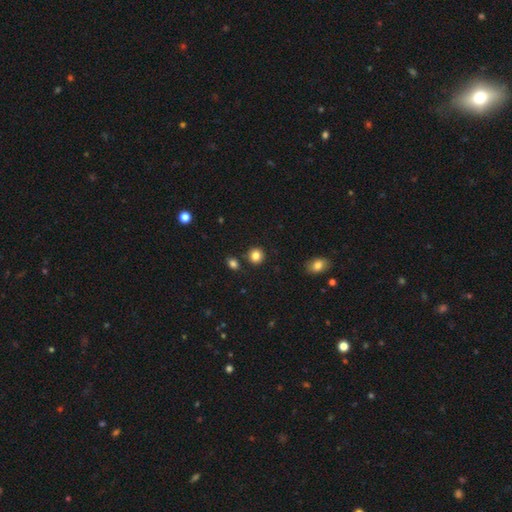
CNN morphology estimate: smooth_or_featured: smooth (p=0.84) [alt: star or artifact p=0.11]
how_rounded: round (p=0.88) [alt: in between p=0.11]
merging: none (p=0.85) [alt: minor disturbance p=0.07]